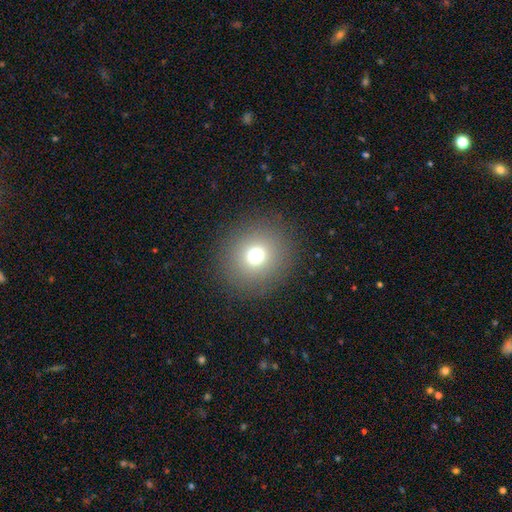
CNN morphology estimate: Smooth or featured: smooth — 70% (star or artifact — 19%)
How rounded: round — 91% (in between — 8%)
Merging: none — 89% (minor disturbance — 6%)